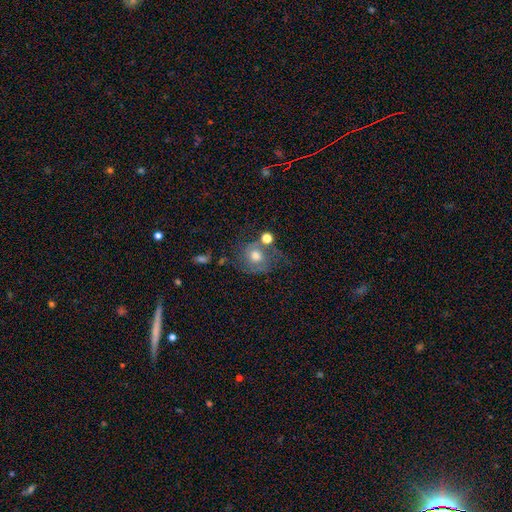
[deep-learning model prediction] Smooth or featured: smooth — 47% (featured or disk — 40%)
Merging: none — 44% (minor disturbance — 22%)